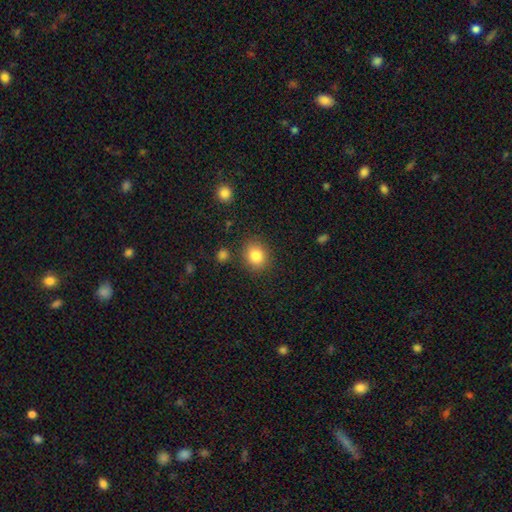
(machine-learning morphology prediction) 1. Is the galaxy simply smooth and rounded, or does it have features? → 84% smooth, 10% star or artifact, 6% featured or disk.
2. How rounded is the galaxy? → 68% round, 31% in between, 1% cigar-shaped.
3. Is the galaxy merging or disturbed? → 85% none, 9% minor disturbance, 3% major disturbance, 3% merger.